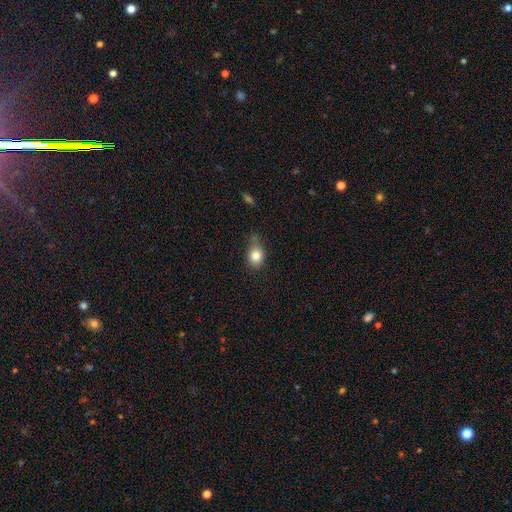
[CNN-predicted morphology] This appears to be a smooth galaxy with no disk features (81%) that is round (53%). Merging: none (55%).